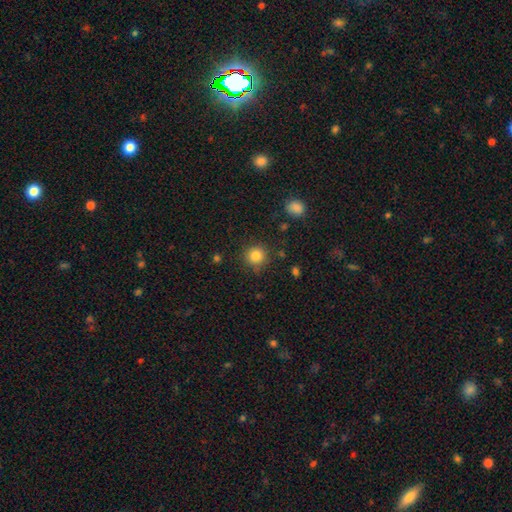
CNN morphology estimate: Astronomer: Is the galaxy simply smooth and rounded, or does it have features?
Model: smooth — 84%.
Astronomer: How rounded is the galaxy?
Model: round — 93%.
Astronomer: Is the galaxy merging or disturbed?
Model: none — 87%.